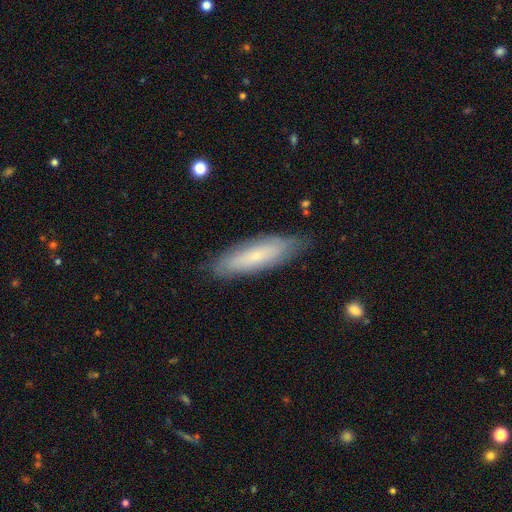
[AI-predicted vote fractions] smooth-or-featured: smooth: 57% | featured or disk: 36% | star or artifact: 7%
  how-rounded: cigar-shaped: 59% | in between: 39% | round: 2%
  merging: none: 80% | minor disturbance: 16% | major disturbance: 3% | merger: 1%